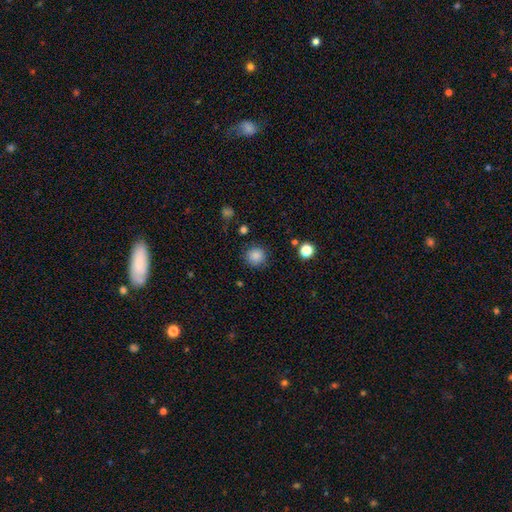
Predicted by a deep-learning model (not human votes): Smooth or featured? smooth (85%)
How rounded? round (93%)
Merging? none (86%)